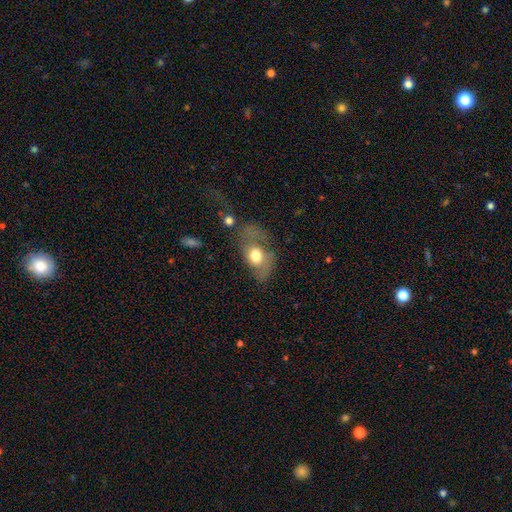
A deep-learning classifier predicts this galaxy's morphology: Q: Smooth or featured?
A: smooth (54%); runner-up: featured or disk (37%)
Q: How rounded?
A: in between (80%); runner-up: round (18%)
Q: Merging?
A: none (36%); runner-up: major disturbance (32%)